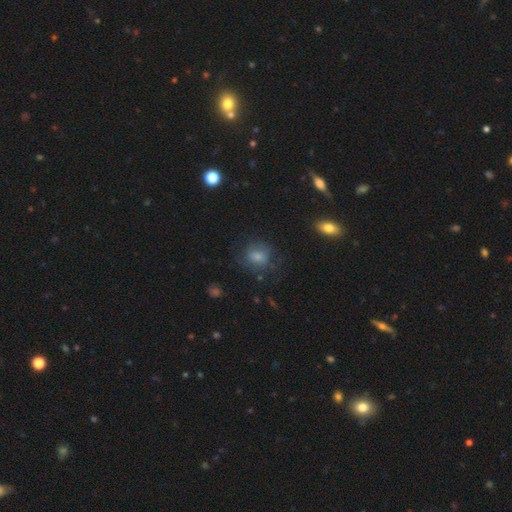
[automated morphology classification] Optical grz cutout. It shows a smooth galaxy with no disk features (66%) that is round (64%). Merging: none (66%).